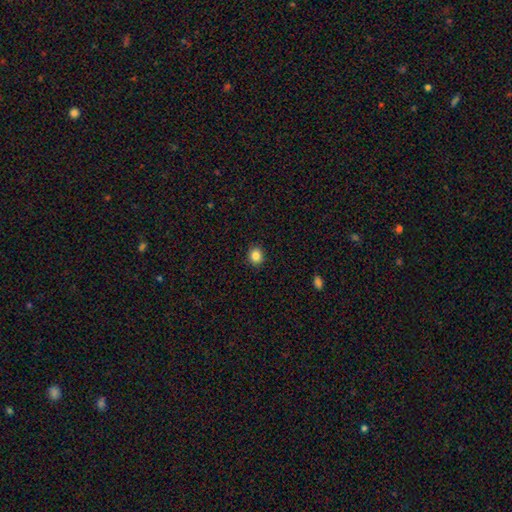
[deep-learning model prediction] Q: Smooth or featured?
A: smooth (85%); runner-up: star or artifact (10%)
Q: How rounded?
A: round (76%); runner-up: in between (23%)
Q: Merging?
A: none (91%); runner-up: minor disturbance (7%)